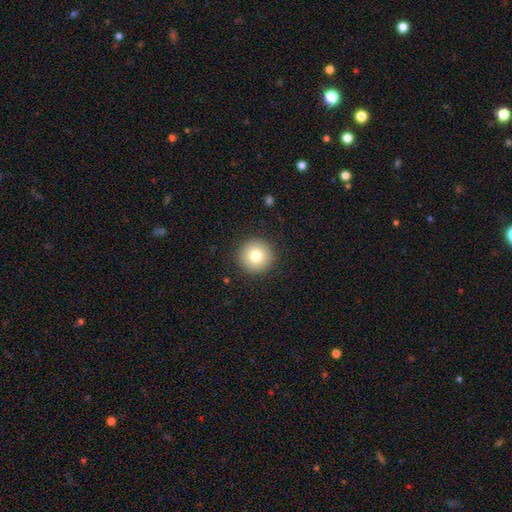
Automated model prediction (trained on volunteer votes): smooth-or-featured: smooth: 80% | featured or disk: 10% | star or artifact: 10%
  how-rounded: round: 96% | in between: 3% | cigar-shaped: 1%
  merging: none: 92% | minor disturbance: 6% | major disturbance: 2% | merger: 1%